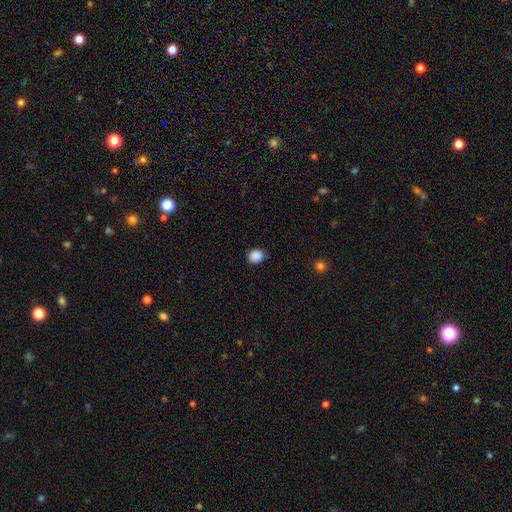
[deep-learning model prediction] smooth_or_featured: smooth (p=0.88) [alt: star or artifact p=0.10]
how_rounded: round (p=0.79) [alt: in between p=0.21]
merging: none (p=0.87) [alt: minor disturbance p=0.09]